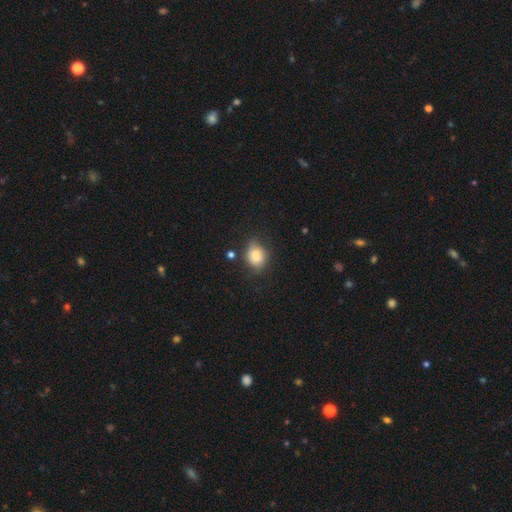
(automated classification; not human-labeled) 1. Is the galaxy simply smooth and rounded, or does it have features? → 78% smooth, 12% featured or disk, 10% star or artifact.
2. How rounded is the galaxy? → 57% round, 42% in between, 1% cigar-shaped.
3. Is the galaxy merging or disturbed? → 65% none, 24% minor disturbance, 7% major disturbance, 4% merger.